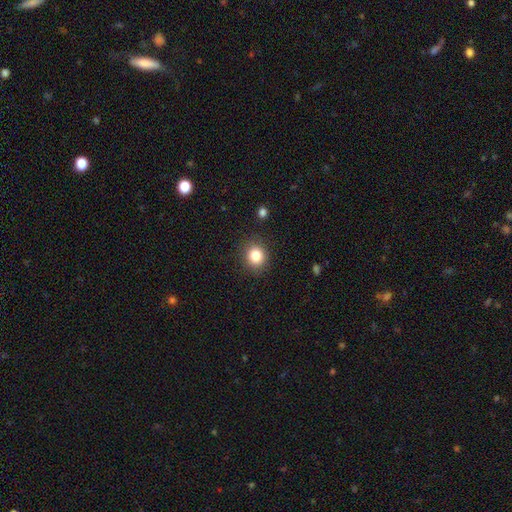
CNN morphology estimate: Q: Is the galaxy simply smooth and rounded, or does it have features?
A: smooth — 83%.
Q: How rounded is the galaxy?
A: round — 79%.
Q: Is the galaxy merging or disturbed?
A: none — 88%.